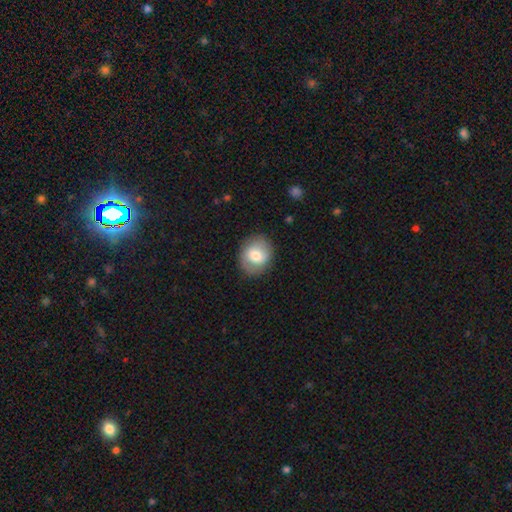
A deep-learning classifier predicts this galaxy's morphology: The model was most divided on "how rounded": round: 62%, in between: 37%, cigar-shaped: 1%. More confident: merging — none (84%); smooth or featured — smooth (68%).